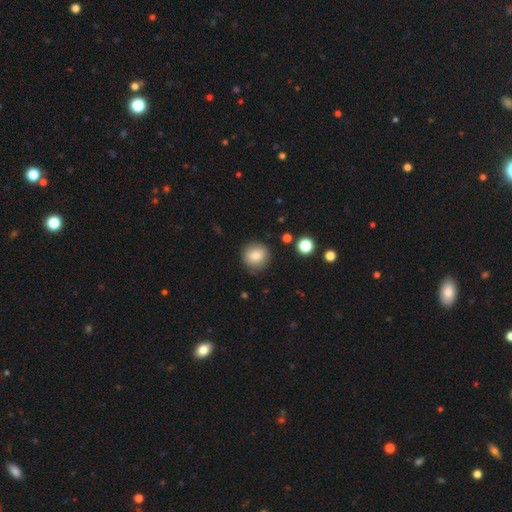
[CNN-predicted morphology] This is clearly a smooth galaxy (82%). How rounded: clearly round (92%). Merging: clearly none (86%).